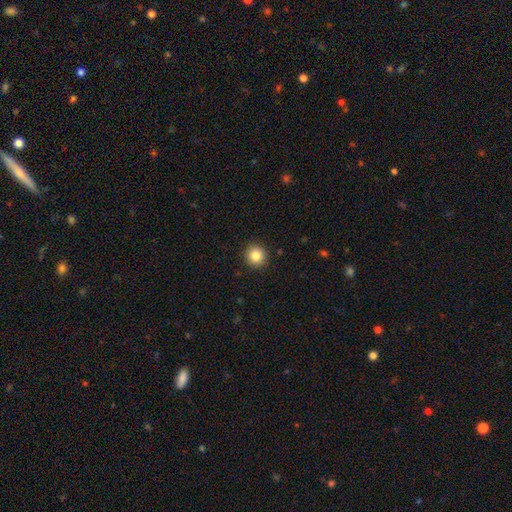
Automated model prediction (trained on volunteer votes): Overall: smooth (85%). How rounded: round (93%). Merging: none (92%).